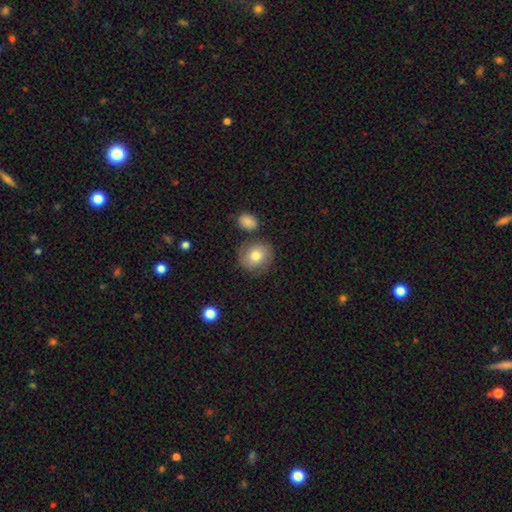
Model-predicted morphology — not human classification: This is likely a smooth galaxy (68%). How rounded: clearly round (82%). Merging: likely none (73%).